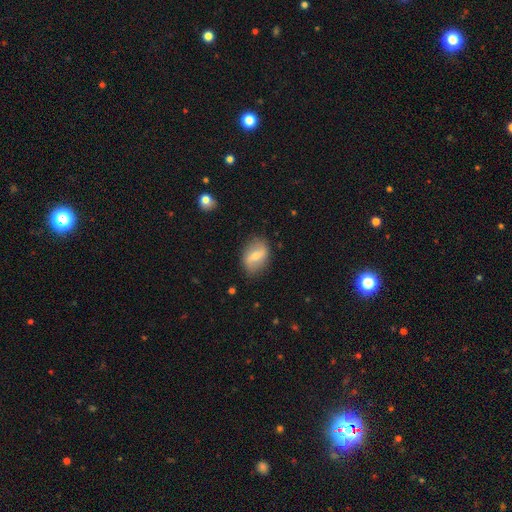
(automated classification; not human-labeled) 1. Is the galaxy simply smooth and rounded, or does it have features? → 47% featured or disk, 46% smooth, 7% star or artifact.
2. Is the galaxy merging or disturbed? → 79% none, 16% minor disturbance, 4% major disturbance, 1% merger.